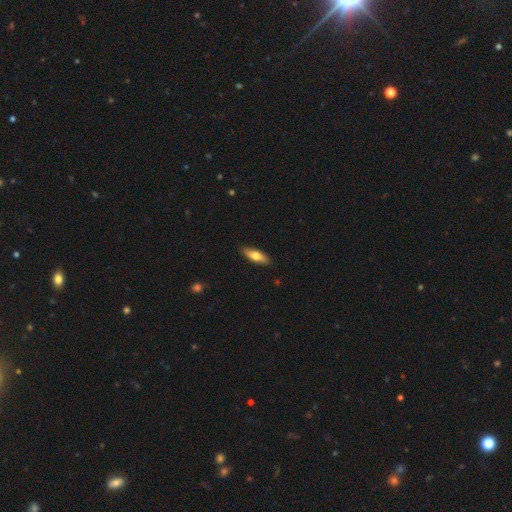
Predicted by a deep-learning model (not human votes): smooth-or-featured: smooth: 65% | featured or disk: 29% | star or artifact: 6%
  how-rounded: in between: 54% | cigar-shaped: 43% | round: 2%
  merging: none: 89% | minor disturbance: 8% | major disturbance: 2% | merger: 1%